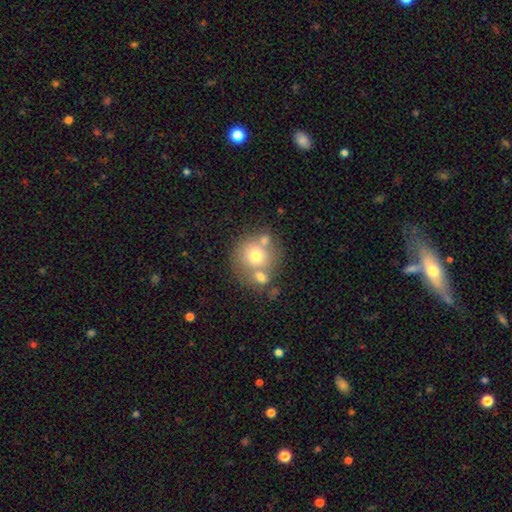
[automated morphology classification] A smooth galaxy with no disk features (67%) that is round (87%). Merging: none (50%).